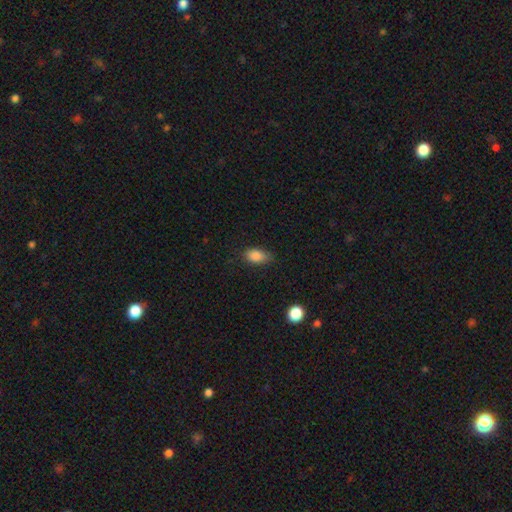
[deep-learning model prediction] Q: Smooth or featured?
A: smooth (85%); runner-up: star or artifact (9%)
Q: How rounded?
A: in between (87%); runner-up: round (10%)
Q: Merging?
A: none (68%); runner-up: minor disturbance (25%)